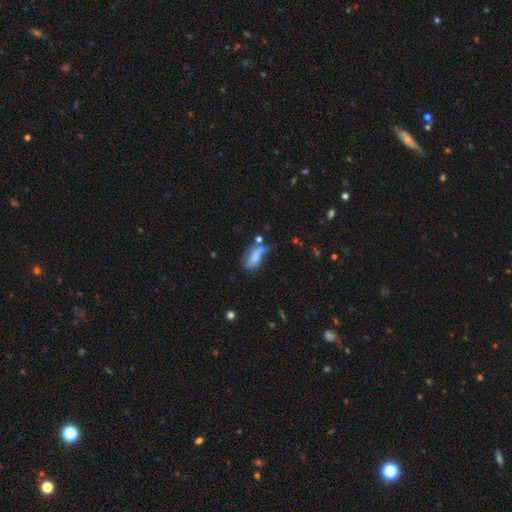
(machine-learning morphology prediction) smooth 59%, featured or disk 30%, star or artifact 11%. Down the decision tree: how rounded — in between (81%); merging — none (30%).